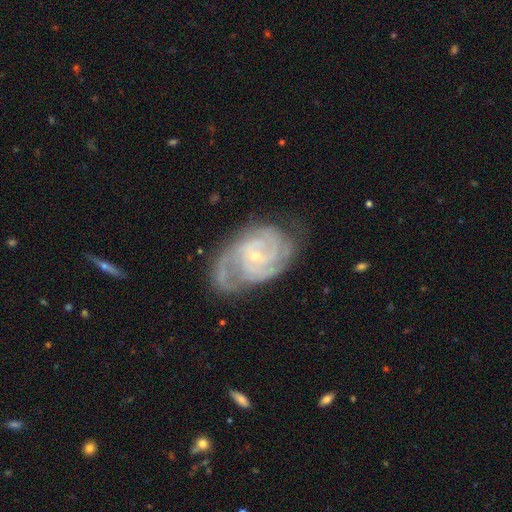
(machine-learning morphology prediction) Smooth or featured? featured or disk (89%)
Edge-on disk? no (97%)
Bar? no (59%)
Spiral arms? yes (97%)
Spiral winding? tight (61%)
Spiral arm count? 3 (32%)
Bulge size? small (80%)
Merging? none (61%)